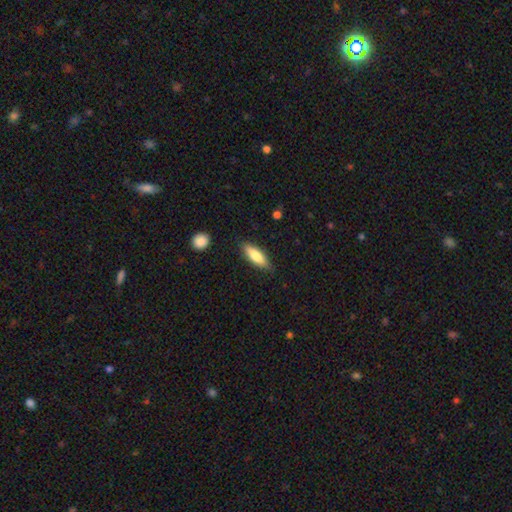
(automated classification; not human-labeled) smooth 76%, featured or disk 18%, star or artifact 6%. Down the decision tree: how rounded — in between (56%); merging — none (84%).